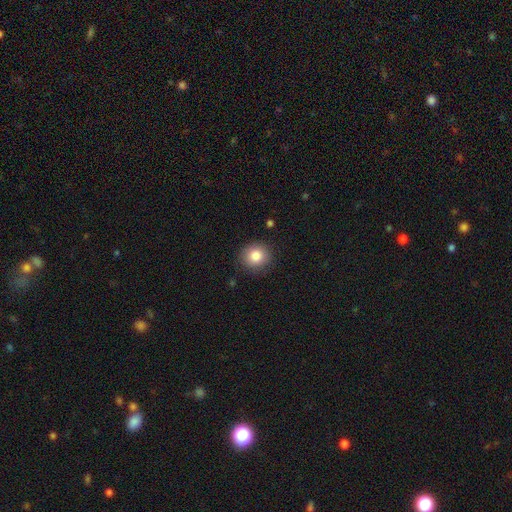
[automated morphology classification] The model was most divided on "smooth or featured": smooth: 84%, star or artifact: 9%, featured or disk: 7%. More confident: how rounded — round (87%); merging — none (87%).